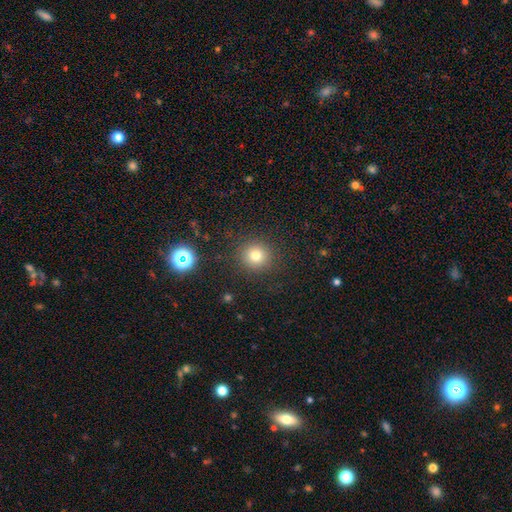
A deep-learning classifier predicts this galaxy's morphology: Smooth or featured? Predicted: smooth (p=0.76). How rounded? Predicted: round (p=0.92). Merging? Predicted: none (p=0.89).